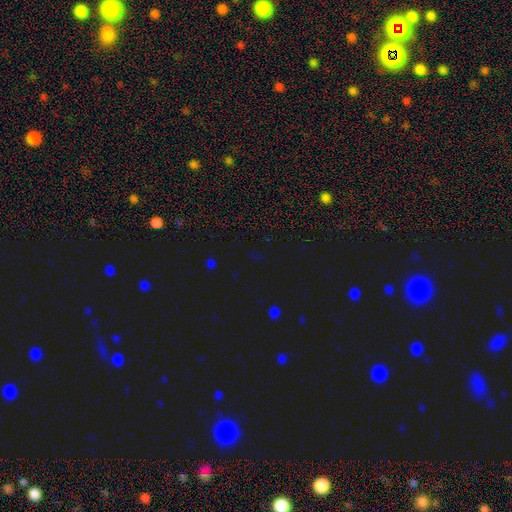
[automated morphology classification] smooth-or-featured: star or artifact: 70% | smooth: 23% | featured or disk: 7%